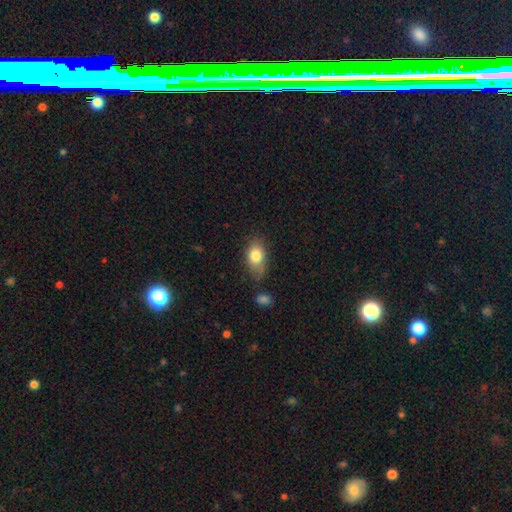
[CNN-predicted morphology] Q: Smooth or featured?
A: smooth (79%); runner-up: featured or disk (13%)
Q: How rounded?
A: in between (84%); runner-up: round (14%)
Q: Merging?
A: none (60%); runner-up: minor disturbance (27%)